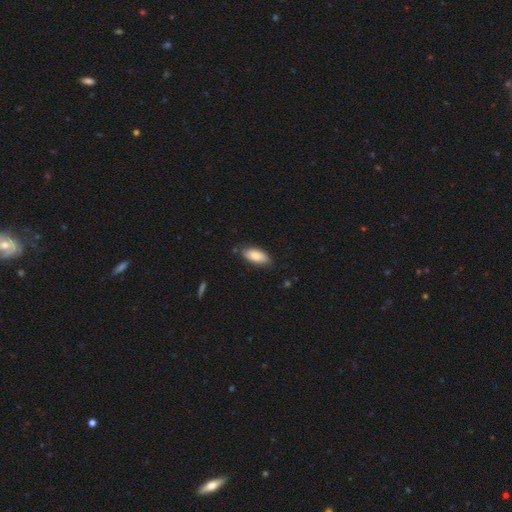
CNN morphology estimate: Smooth or featured: smooth — 84% (featured or disk — 10%)
How rounded: in between — 86% (cigar-shaped — 12%)
Merging: none — 76% (minor disturbance — 19%)